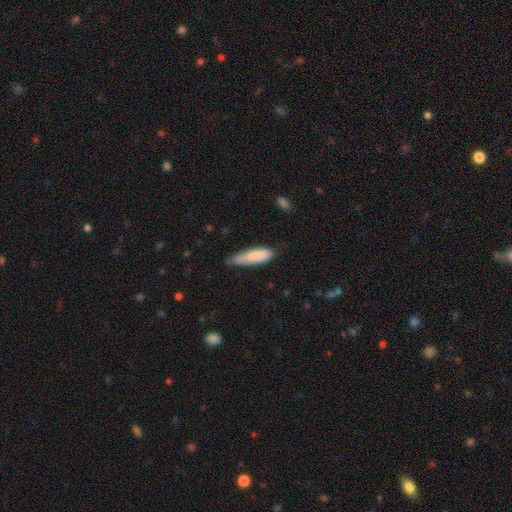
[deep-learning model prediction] This is clearly a smooth galaxy (82%). How rounded: likely cigar-shaped (62%). Merging: possibly none (54%).